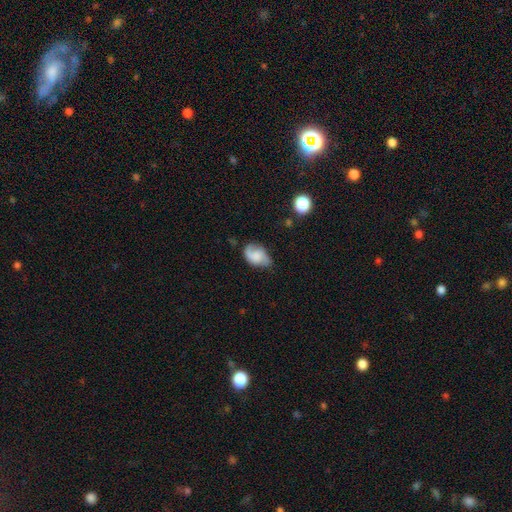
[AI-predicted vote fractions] smooth_or_featured: smooth (p=0.47) [alt: featured or disk p=0.45]
merging: none (p=0.48) [alt: minor disturbance p=0.35]